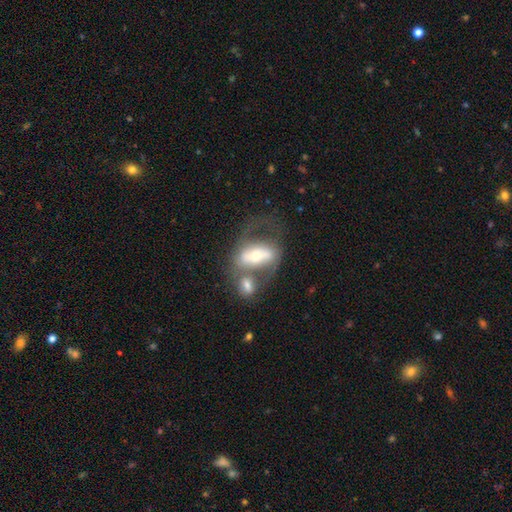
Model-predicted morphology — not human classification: This is possibly a featured or disk galaxy (58%). It is clearly not viewed edge-on (90%). Bar: marginally no (43%). Spiral arm pattern: possibly no (55%). Central bulge: likely moderate (62%). Merging: marginally merger (45%).